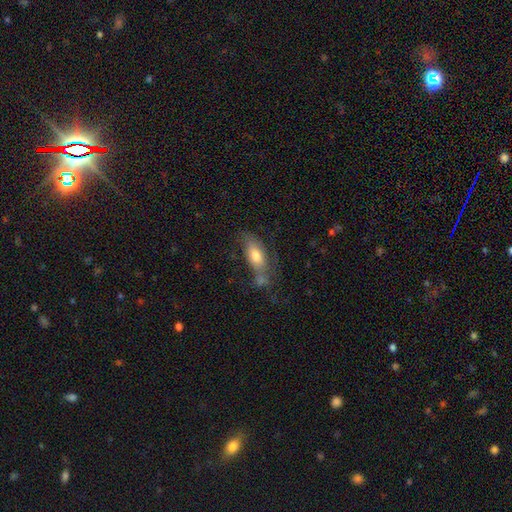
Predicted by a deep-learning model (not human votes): The model was most divided on "merging": none: 46%, minor disturbance: 24%, merger: 16%, major disturbance: 14%. More confident: how rounded — in between (80%); smooth or featured — smooth (68%).